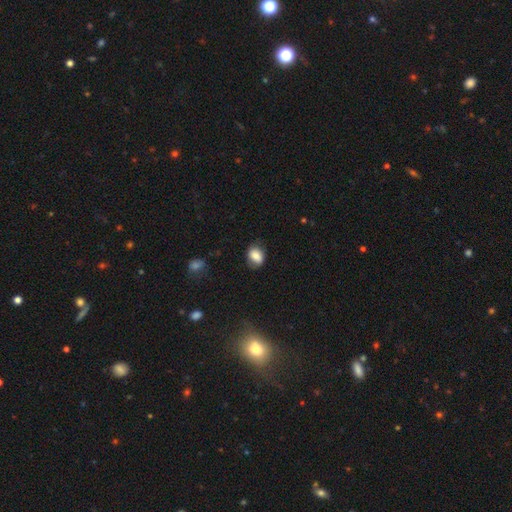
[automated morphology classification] smooth_or_featured: smooth (p=0.79) [alt: featured or disk p=0.13]
how_rounded: in between (p=0.66) [alt: round p=0.33]
merging: none (p=0.69) [alt: minor disturbance p=0.22]